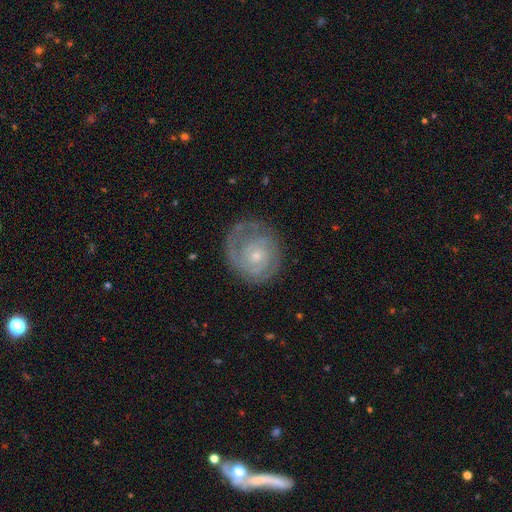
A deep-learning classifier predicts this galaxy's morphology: Smooth or featured? Predicted: featured or disk (p=0.81). Edge-on disk? Predicted: no (p=0.98). Bar? Predicted: no (p=0.73). Spiral arms? Predicted: yes (p=0.94). Spiral winding? Predicted: tight (p=0.69). Spiral arm count? Predicted: 2 (p=0.49). Bulge size? Predicted: small (p=0.66). Merging? Predicted: none (p=0.73).